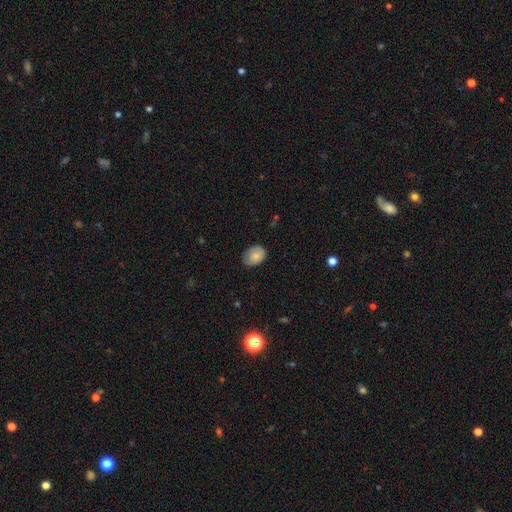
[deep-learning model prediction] Smooth or featured? smooth (78%)
How rounded? in between (70%)
Merging? none (73%)